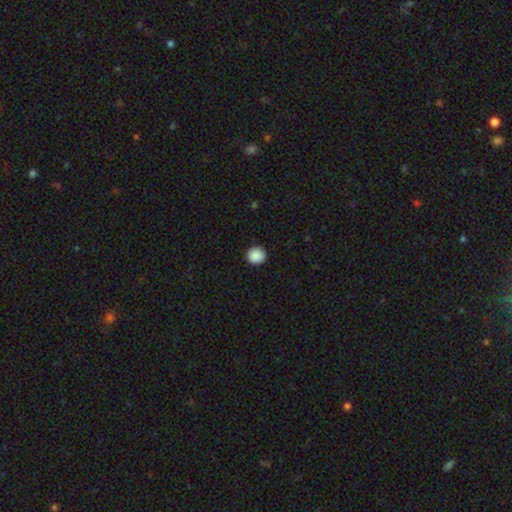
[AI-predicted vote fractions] Smooth or featured: smooth — 89% (star or artifact — 8%)
How rounded: round — 91% (in between — 8%)
Merging: none — 92% (minor disturbance — 5%)